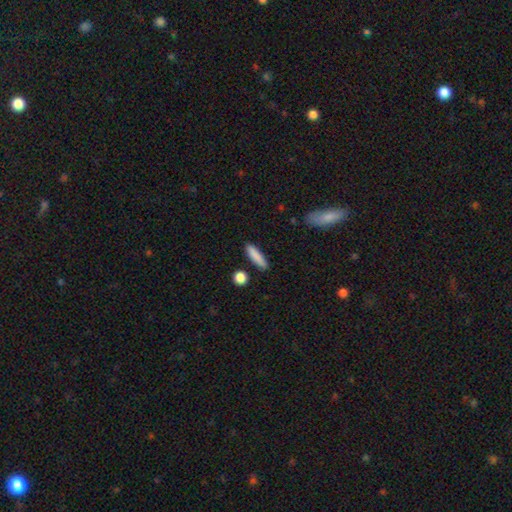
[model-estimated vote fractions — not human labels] smooth-or-featured: smooth: 85% | featured or disk: 8% | star or artifact: 6%
  how-rounded: cigar-shaped: 75% | in between: 23% | round: 2%
  merging: none: 85% | minor disturbance: 10% | merger: 3% | major disturbance: 2%